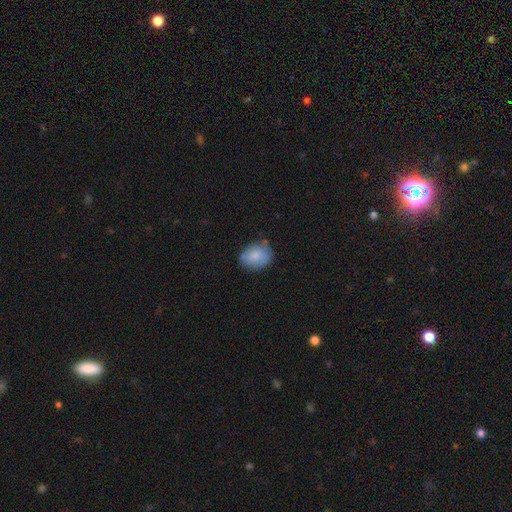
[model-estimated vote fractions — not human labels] Q: Smooth or featured?
A: smooth (79%); runner-up: featured or disk (14%)
Q: How rounded?
A: in between (57%); runner-up: round (42%)
Q: Merging?
A: none (63%); runner-up: minor disturbance (28%)